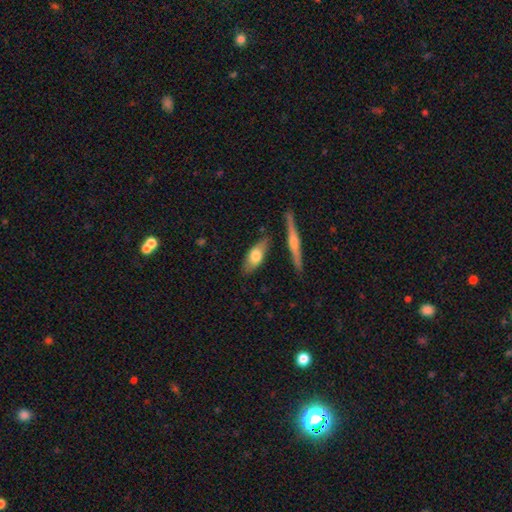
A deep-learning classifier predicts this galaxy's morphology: This is possibly a smooth galaxy (60%). How rounded: likely in between (69%). Merging: likely none (76%).